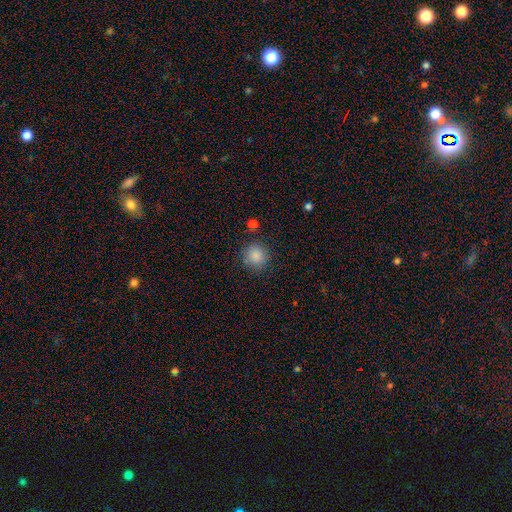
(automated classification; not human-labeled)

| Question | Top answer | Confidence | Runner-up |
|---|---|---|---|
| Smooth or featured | smooth | 86% | star or artifact (10%) |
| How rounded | round | 92% | in between (7%) |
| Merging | none | 86% | minor disturbance (8%) |